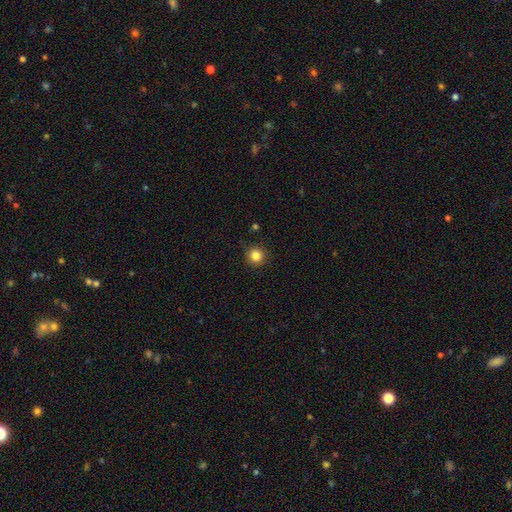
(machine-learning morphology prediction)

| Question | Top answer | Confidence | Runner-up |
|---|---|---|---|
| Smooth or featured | smooth | 84% | star or artifact (12%) |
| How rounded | round | 94% | in between (5%) |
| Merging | none | 92% | minor disturbance (6%) |